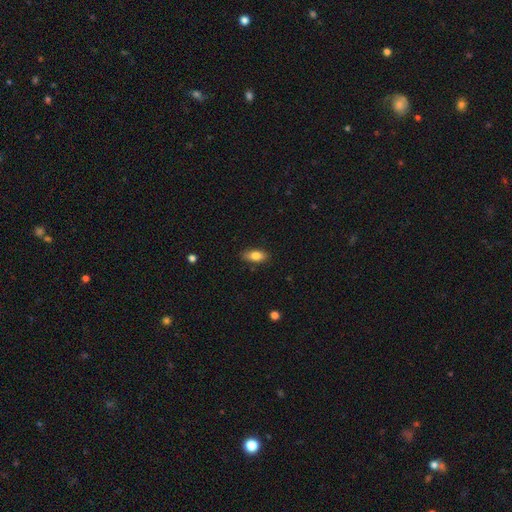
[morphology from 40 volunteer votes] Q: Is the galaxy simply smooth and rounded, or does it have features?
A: smooth — 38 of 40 (95%).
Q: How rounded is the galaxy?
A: in between — 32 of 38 (84%).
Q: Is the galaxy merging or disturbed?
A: none — 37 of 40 (92%).